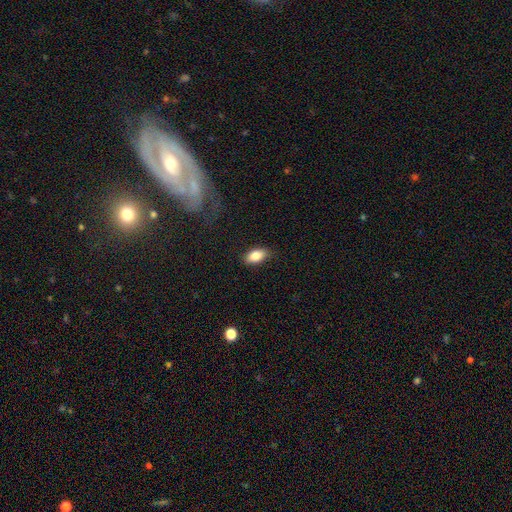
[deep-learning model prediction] smooth_or_featured: smooth (p=0.83) [alt: featured or disk p=0.10]
how_rounded: in between (p=0.90) [alt: round p=0.05]
merging: none (p=0.84) [alt: minor disturbance p=0.13]